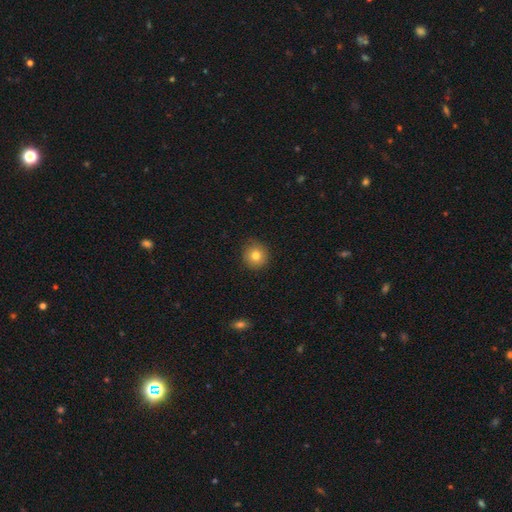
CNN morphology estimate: Smooth or featured?
  - smooth: 80% *
  - star or artifact: 10%
  - featured or disk: 10%
How rounded?
  - round: 94% *
  - in between: 5%
  - cigar-shaped: 1%
Merging?
  - none: 89% *
  - minor disturbance: 8%
  - major disturbance: 2%
  - merger: 1%